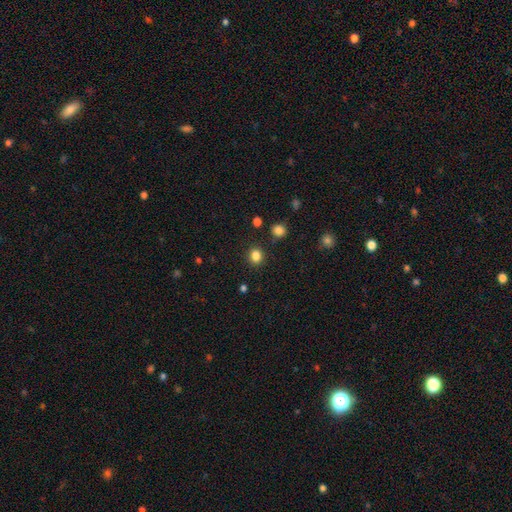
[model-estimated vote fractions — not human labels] smooth_or_featured: smooth (p=0.83) [alt: star or artifact p=0.13]
how_rounded: round (p=0.73) [alt: in between p=0.26]
merging: none (p=0.88) [alt: minor disturbance p=0.07]